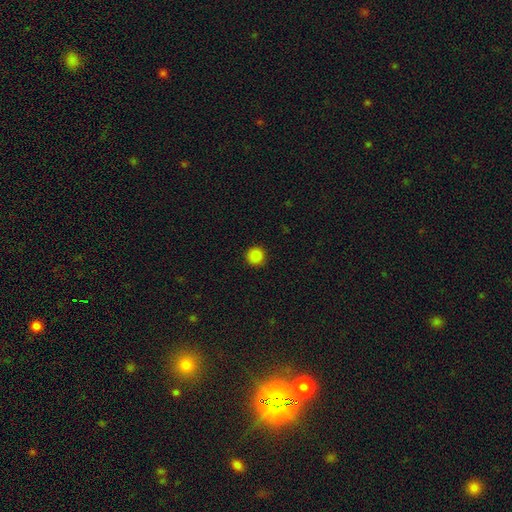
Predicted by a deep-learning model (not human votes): A smooth galaxy with no disk features (86%) that is round (95%).

Vote fractions:
- Smooth or featured? smooth: 86% / star or artifact: 11% / featured or disk: 3%
- How rounded? round: 95% / in between: 4% / cigar-shaped: 1%
- Merging? none: 92% / minor disturbance: 6% / major disturbance: 2% / merger: 1%